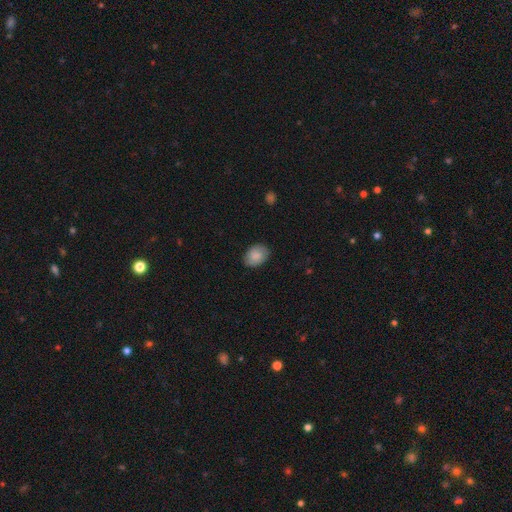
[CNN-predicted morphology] Smooth or featured?
  - smooth: 85% *
  - featured or disk: 8%
  - star or artifact: 7%
How rounded?
  - in between: 72% *
  - round: 27%
  - cigar-shaped: 1%
Merging?
  - none: 83% *
  - minor disturbance: 14%
  - major disturbance: 3%
  - merger: 1%